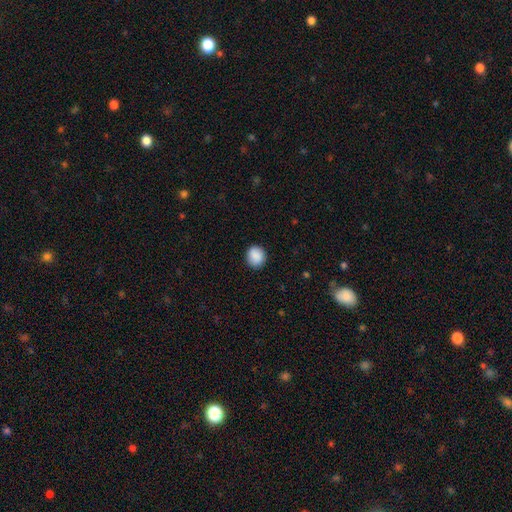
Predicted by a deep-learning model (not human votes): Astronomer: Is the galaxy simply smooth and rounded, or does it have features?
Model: smooth — 89%.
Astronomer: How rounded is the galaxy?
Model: round — 80%.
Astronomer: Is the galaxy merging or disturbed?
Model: none — 89%.